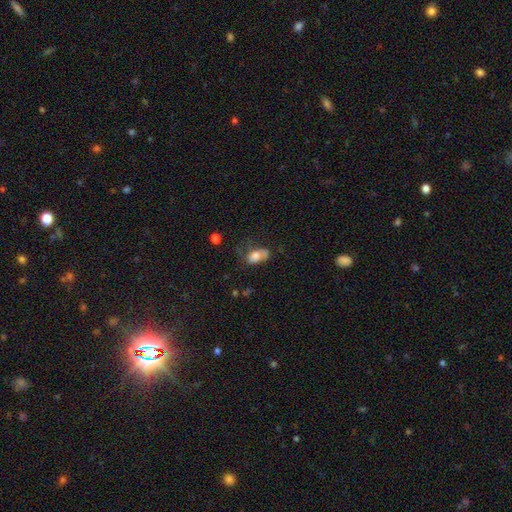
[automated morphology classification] A smooth galaxy with no disk features (68%) that is in between round and cigar-shaped (87%).

Vote fractions:
- Smooth or featured? smooth: 68% / featured or disk: 22% / star or artifact: 10%
- How rounded? in between: 87% / round: 10% / cigar-shaped: 3%
- Merging? major disturbance: 32% / none: 29% / minor disturbance: 29% / merger: 9%